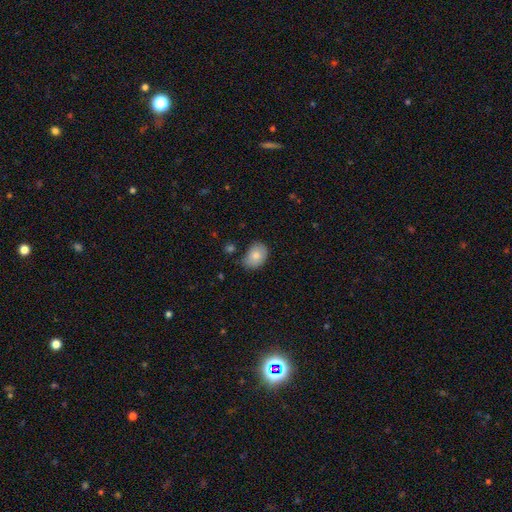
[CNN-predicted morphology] Smooth or featured?
  - smooth: 80% *
  - featured or disk: 12%
  - star or artifact: 8%
How rounded?
  - in between: 75% *
  - round: 24%
  - cigar-shaped: 1%
Merging?
  - none: 68% *
  - minor disturbance: 25%
  - major disturbance: 4%
  - merger: 3%